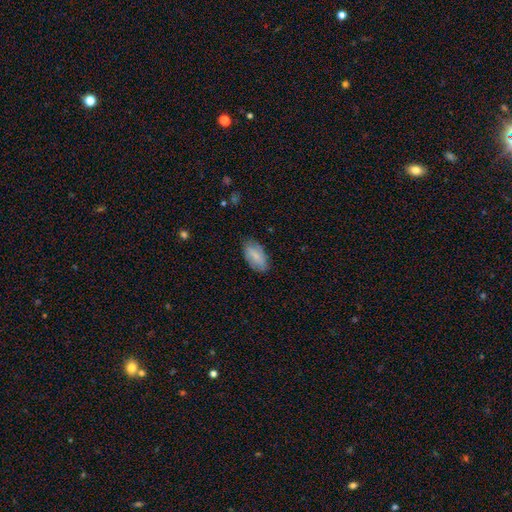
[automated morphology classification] A smooth galaxy with no disk features (75%) that is in between round and cigar-shaped (93%).

Vote fractions:
- Smooth or featured? smooth: 75% / featured or disk: 18% / star or artifact: 7%
- How rounded? in between: 93% / cigar-shaped: 4% / round: 3%
- Merging? none: 80% / minor disturbance: 16% / major disturbance: 3% / merger: 1%